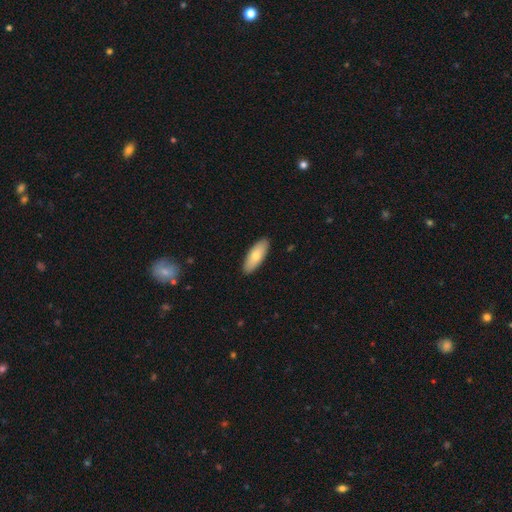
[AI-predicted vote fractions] Smooth or featured?
  - smooth: 76% *
  - featured or disk: 19%
  - star or artifact: 5%
How rounded?
  - in between: 74% *
  - cigar-shaped: 24%
  - round: 2%
Merging?
  - none: 90% *
  - minor disturbance: 7%
  - major disturbance: 1%
  - merger: 1%